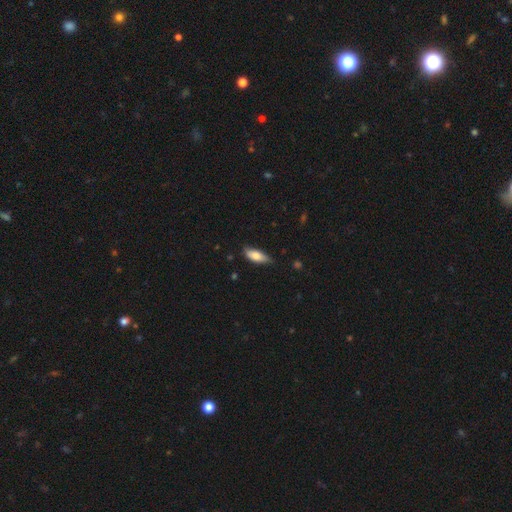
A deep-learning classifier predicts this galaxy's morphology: smooth 80%, featured or disk 14%, star or artifact 6%. Down the decision tree: how rounded — in between (73%); merging — none (71%).